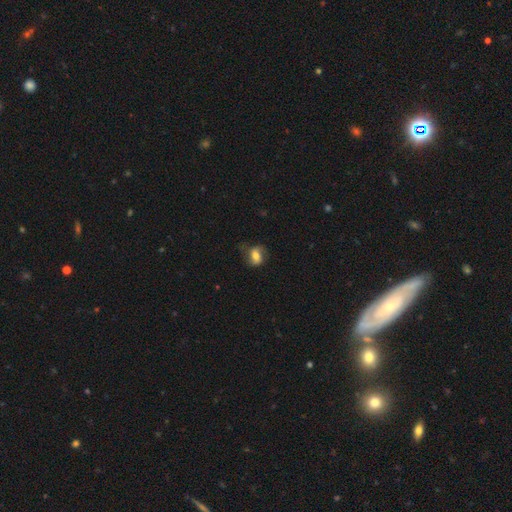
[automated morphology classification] The model was most divided on "smooth or featured": smooth: 53%, featured or disk: 39%, star or artifact: 9%. More confident: how rounded — in between (66%); merging — none (60%).